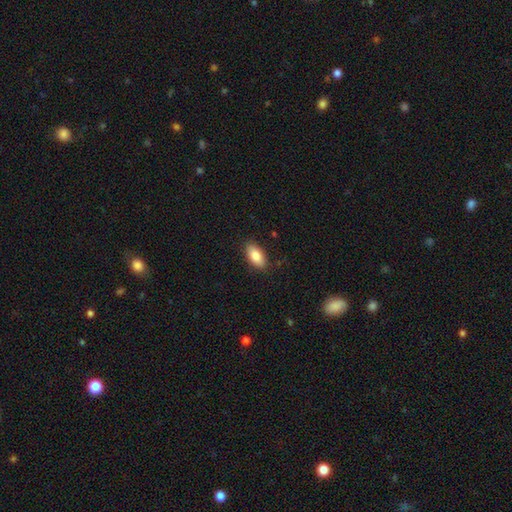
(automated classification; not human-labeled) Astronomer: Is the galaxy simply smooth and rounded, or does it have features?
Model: smooth — 84%.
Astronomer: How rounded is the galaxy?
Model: in between — 91%.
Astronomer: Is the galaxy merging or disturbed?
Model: none — 87%.